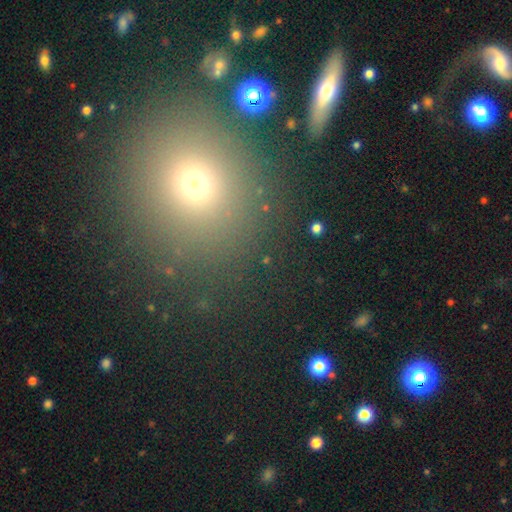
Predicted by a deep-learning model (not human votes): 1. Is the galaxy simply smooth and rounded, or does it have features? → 62% smooth, 27% star or artifact, 11% featured or disk.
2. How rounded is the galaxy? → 84% round, 14% in between, 2% cigar-shaped.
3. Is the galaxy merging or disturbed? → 85% none, 8% minor disturbance, 4% merger, 4% major disturbance.